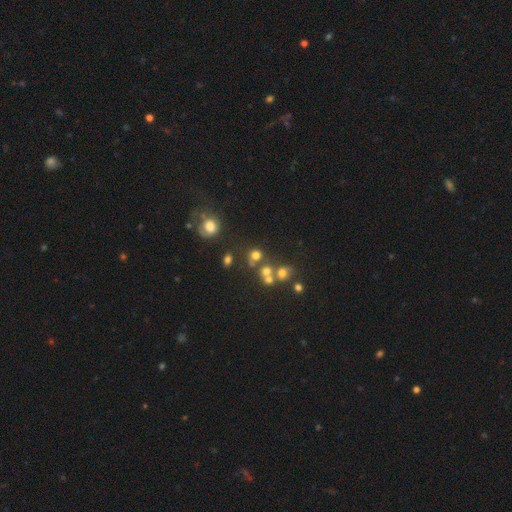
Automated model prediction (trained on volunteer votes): Smooth or featured? Predicted: smooth (p=0.65). How rounded? Predicted: round (p=0.83). Merging? Predicted: none (p=0.53).